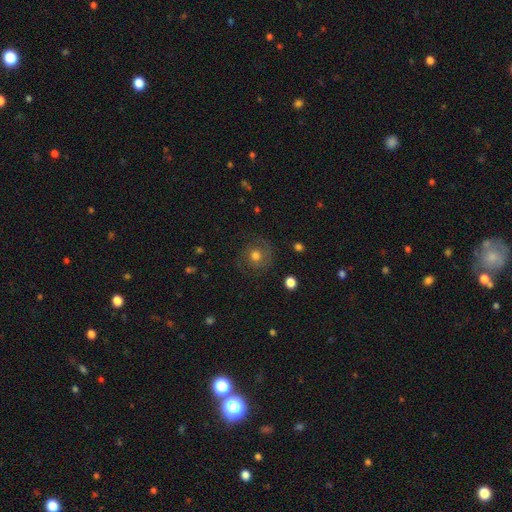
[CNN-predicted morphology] This appears to be a smooth galaxy with no disk features (51%) that is round (86%). Merging: none (77%).